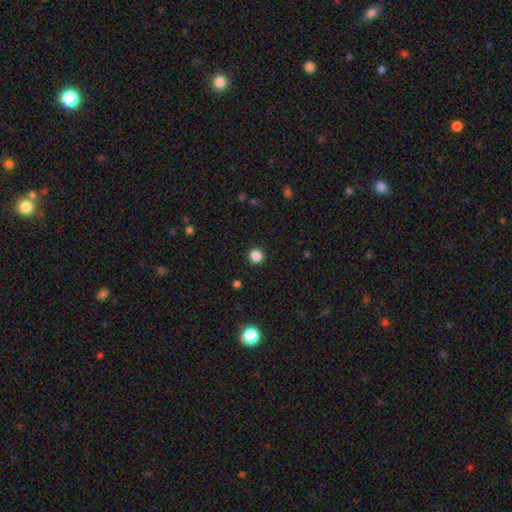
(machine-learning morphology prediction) Smooth or featured?
  - smooth: 85% *
  - star or artifact: 12%
  - featured or disk: 3%
How rounded?
  - round: 92% *
  - in between: 7%
  - cigar-shaped: 1%
Merging?
  - none: 92% *
  - minor disturbance: 5%
  - major disturbance: 2%
  - merger: 1%